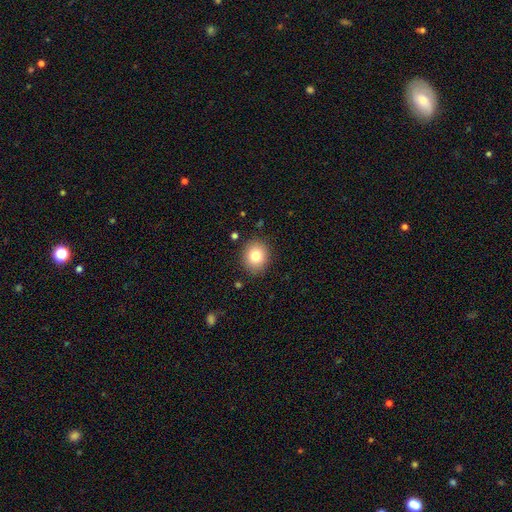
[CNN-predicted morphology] A smooth galaxy with no disk features (81%) that is round (74%).

Vote fractions:
- Smooth or featured? smooth: 81% / star or artifact: 10% / featured or disk: 9%
- How rounded? round: 74% / in between: 25% / cigar-shaped: 1%
- Merging? none: 87% / minor disturbance: 9% / major disturbance: 2% / merger: 2%